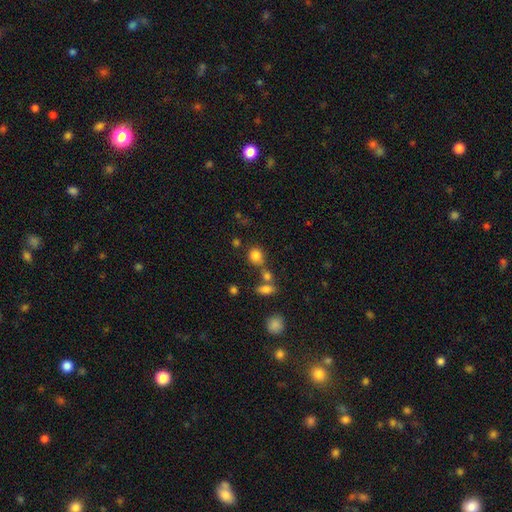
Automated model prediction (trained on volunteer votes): smooth-or-featured: smooth: 82% | star or artifact: 12% | featured or disk: 6%
  how-rounded: round: 75% | in between: 24% | cigar-shaped: 1%
  merging: none: 61% | merger: 21% | minor disturbance: 12% | major disturbance: 6%